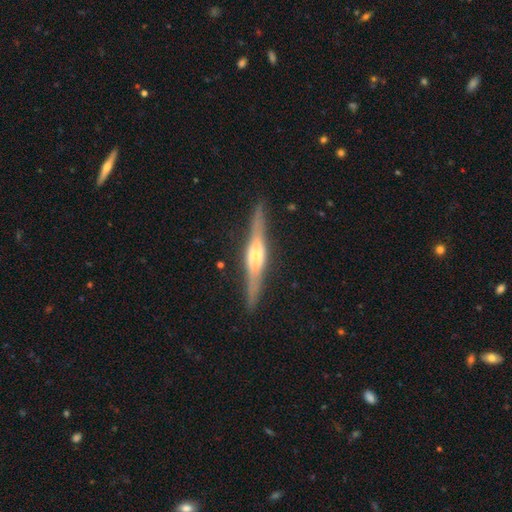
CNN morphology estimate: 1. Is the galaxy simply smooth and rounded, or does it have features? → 81% featured or disk, 13% smooth, 6% star or artifact.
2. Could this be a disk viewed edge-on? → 97% yes, 3% no.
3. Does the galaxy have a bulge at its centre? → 77% rounded, 18% boxy, 5% none.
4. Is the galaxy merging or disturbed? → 90% none, 7% minor disturbance, 2% major disturbance, 1% merger.